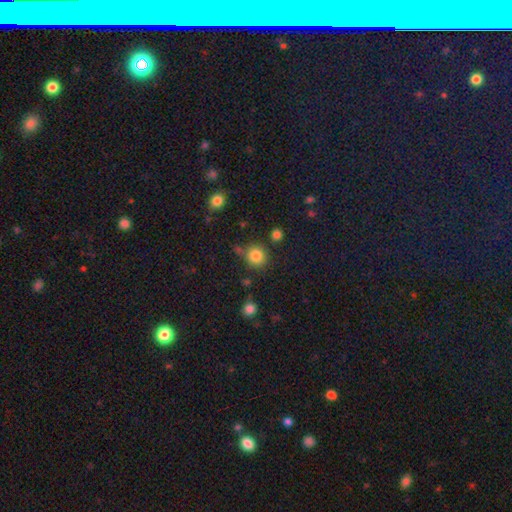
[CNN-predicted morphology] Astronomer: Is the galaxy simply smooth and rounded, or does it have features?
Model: smooth — 84%.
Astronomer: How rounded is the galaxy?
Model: round — 90%.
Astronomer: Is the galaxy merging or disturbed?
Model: none — 79%.